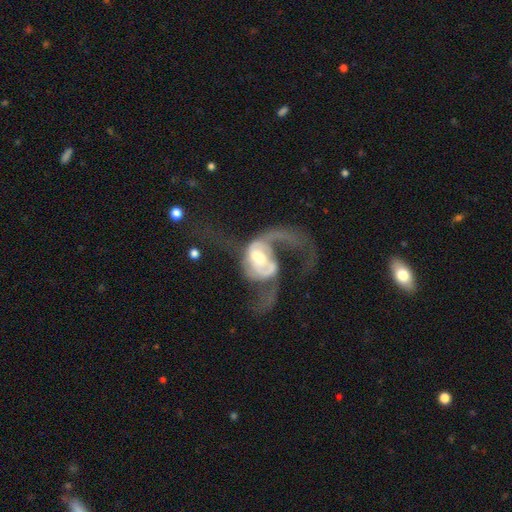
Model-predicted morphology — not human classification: Overall: featured or disk (76%). Edge-on disk: no (97%). Bar: no (53%; weak 35%). Spiral arms: yes (76%). Spiral arm count: 2 (45%; 1 29%). Spiral winding: loose (64%; medium 27%). Bulge size: moderate (47%; large 27%). Merging: major disturbance (56%; merger 24%).